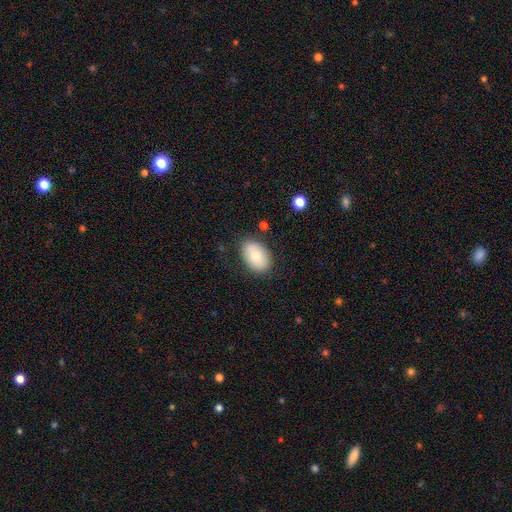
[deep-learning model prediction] smooth 78%, featured or disk 15%, star or artifact 7%. Down the decision tree: how rounded — in between (87%); merging — none (82%).